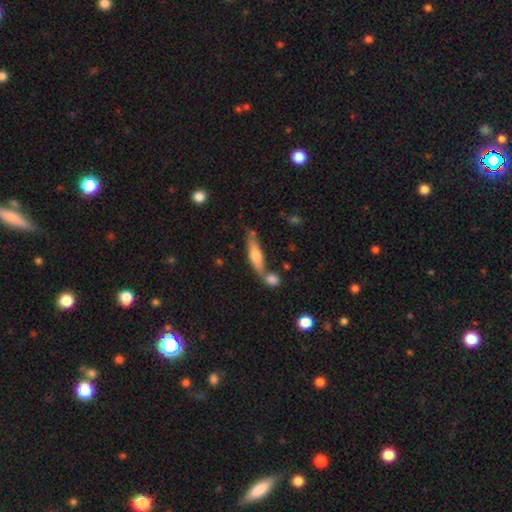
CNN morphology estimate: Smooth or featured? Predicted: smooth (p=0.59). How rounded? Predicted: cigar-shaped (p=0.65). Merging? Predicted: none (p=0.51).